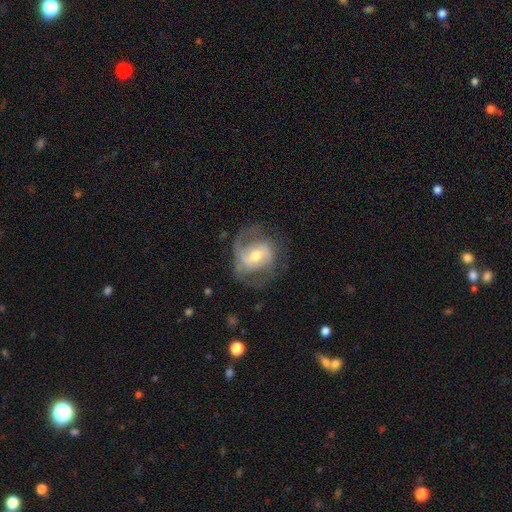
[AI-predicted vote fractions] smooth_or_featured: featured or disk (p=0.75) [alt: smooth p=0.18]
disk_edge_on: no (p=0.97) [alt: yes p=0.03]
bar: weak (p=0.42) [alt: no p=0.39]
has_spiral_arms: yes (p=0.86) [alt: no p=0.14]
spiral_winding: medium (p=0.45) [alt: tight p=0.32]
spiral_arm_count: 2 (p=0.57) [alt: 1 p=0.17]
bulge_size: moderate (p=0.64) [alt: small p=0.29]
merging: none (p=0.56) [alt: major disturbance p=0.21]